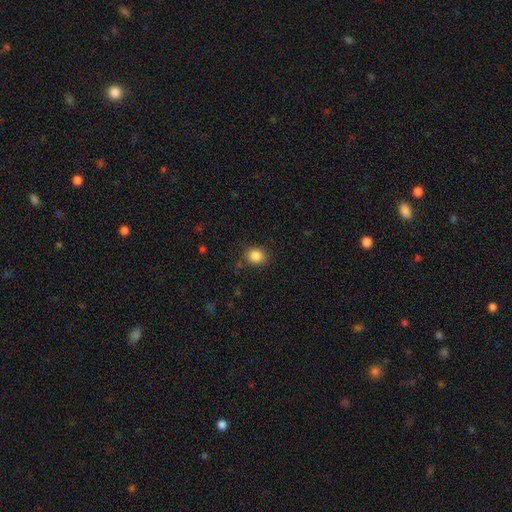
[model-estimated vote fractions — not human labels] The model was most divided on "how rounded": round: 73%, in between: 26%, cigar-shaped: 1%. More confident: smooth or featured — smooth (86%); merging — none (85%).